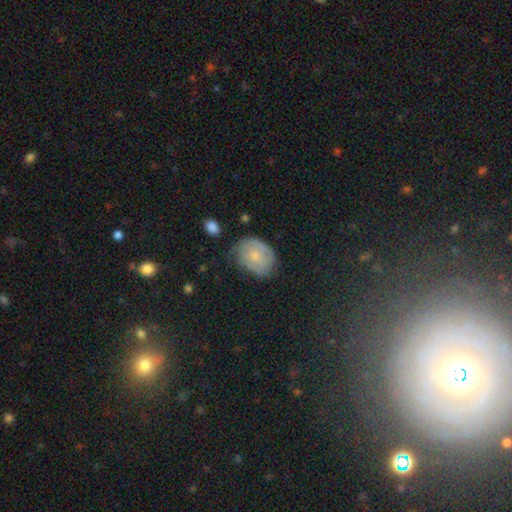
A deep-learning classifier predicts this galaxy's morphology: Smooth or featured?
  - smooth: 59% *
  - featured or disk: 33%
  - star or artifact: 8%
How rounded?
  - in between: 61% *
  - round: 38%
  - cigar-shaped: 1%
Merging?
  - none: 52% *
  - minor disturbance: 36%
  - major disturbance: 11%
  - merger: 2%